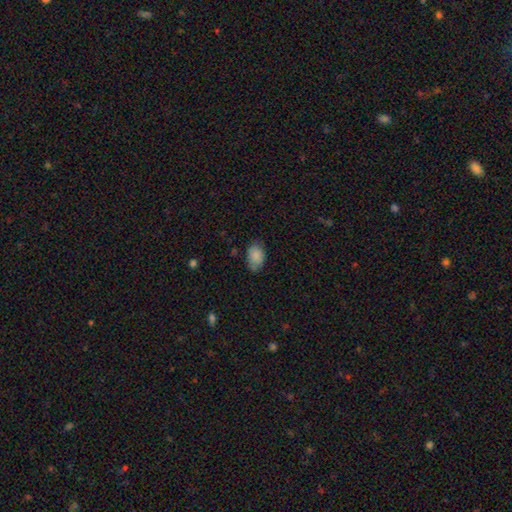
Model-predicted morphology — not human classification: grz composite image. It shows a smooth galaxy with no disk features (85%) that is in between round and cigar-shaped (87%). Merging: none (69%).